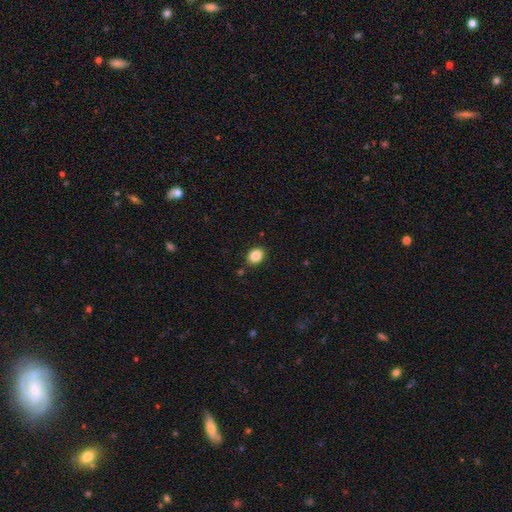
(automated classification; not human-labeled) This is clearly a smooth galaxy (87%). How rounded: possibly in between (56%). Merging: clearly none (86%).